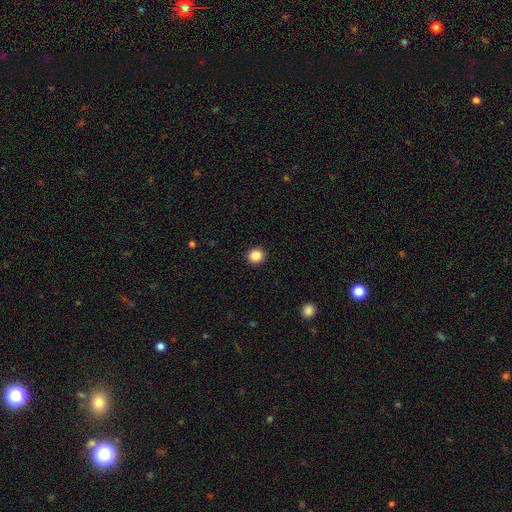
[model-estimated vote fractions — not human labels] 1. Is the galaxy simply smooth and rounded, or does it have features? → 86% smooth, 10% star or artifact, 3% featured or disk.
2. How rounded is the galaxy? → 89% round, 11% in between, 1% cigar-shaped.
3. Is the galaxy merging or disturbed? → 93% none, 5% minor disturbance, 2% major disturbance, 1% merger.